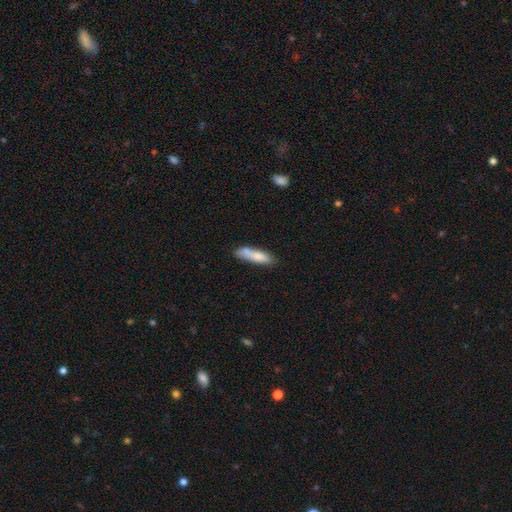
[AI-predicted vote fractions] Overall: smooth (76%). How rounded: cigar-shaped (70%). Merging: none (57%; minor disturbance 20%).